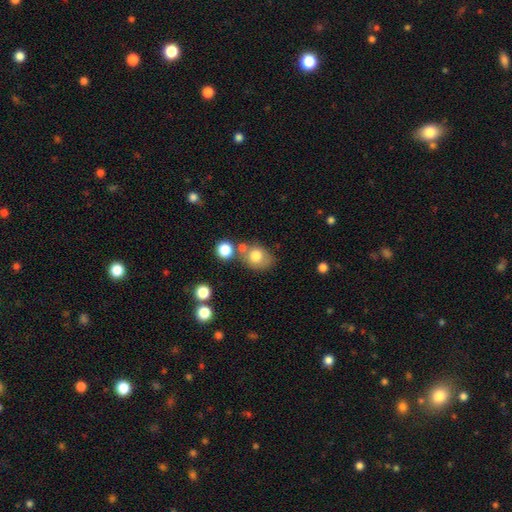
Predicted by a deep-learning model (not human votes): Overall: smooth (76%). How rounded: in between (53%; round 46%). Merging: none (52%; merger 25%).